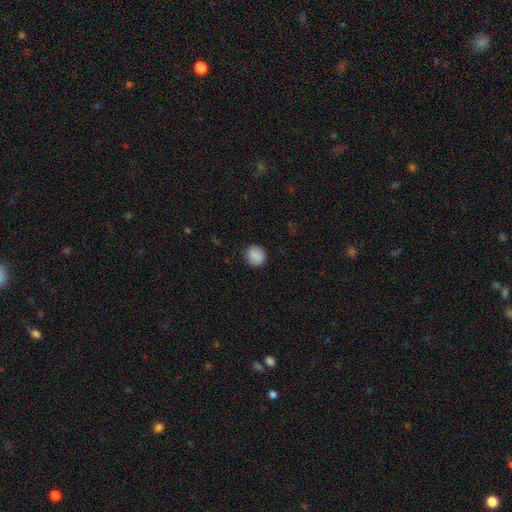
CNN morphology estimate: type=smooth (89%); roundness=round (84%); merging=none (89%).